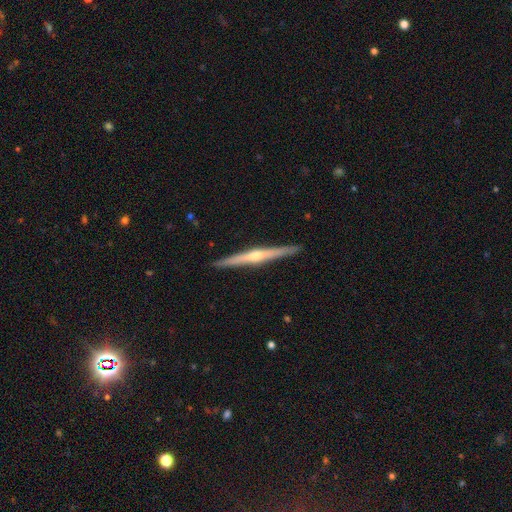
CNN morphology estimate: Overall: featured or disk (82%). Edge-on disk: yes (98%). Edge-on bulge: rounded (86%). Merging: none (92%).